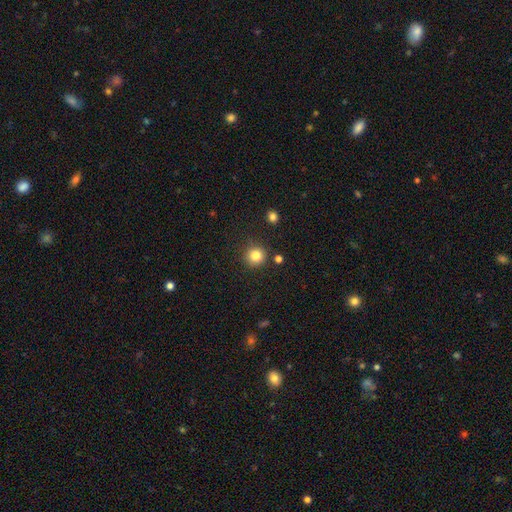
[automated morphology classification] Smooth or featured?
  - smooth: 83% *
  - star or artifact: 11%
  - featured or disk: 5%
How rounded?
  - round: 94% *
  - in between: 5%
  - cigar-shaped: 1%
Merging?
  - none: 87% *
  - minor disturbance: 7%
  - merger: 3%
  - major disturbance: 2%